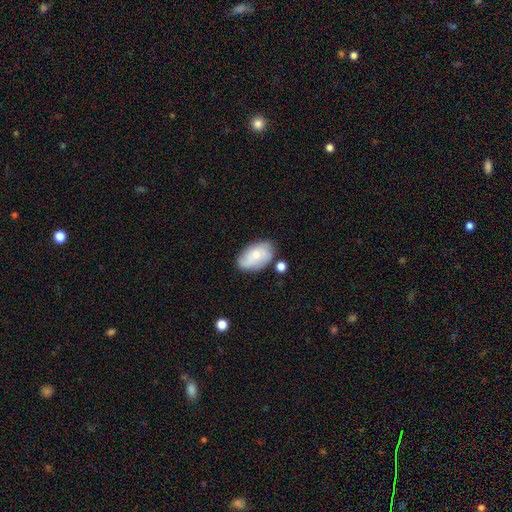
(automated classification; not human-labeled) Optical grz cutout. It shows a smooth galaxy with no disk features (65%) that is in between round and cigar-shaped (92%). Merging: none (64%).